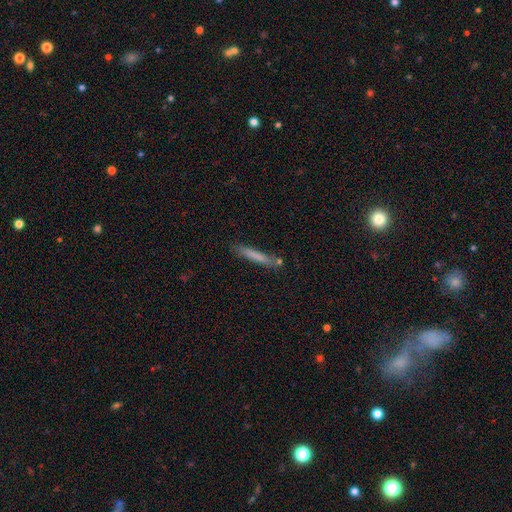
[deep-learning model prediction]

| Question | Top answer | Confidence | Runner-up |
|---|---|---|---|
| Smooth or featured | smooth | 74% | featured or disk (19%) |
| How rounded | cigar-shaped | 94% | in between (5%) |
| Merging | none | 77% | minor disturbance (14%) |